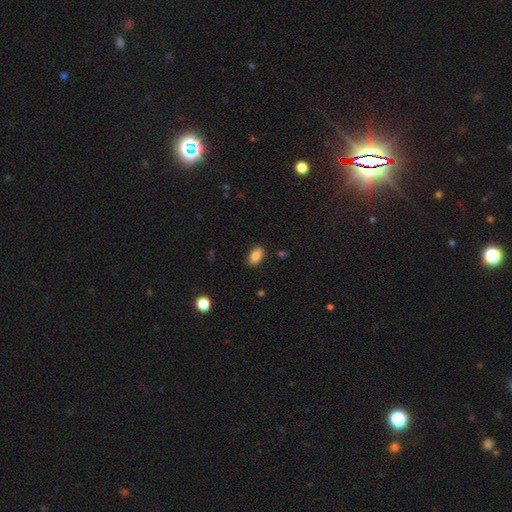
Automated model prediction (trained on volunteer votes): Smooth or featured: smooth — 86% (star or artifact — 8%)
How rounded: in between — 90% (round — 6%)
Merging: none — 86% (minor disturbance — 10%)